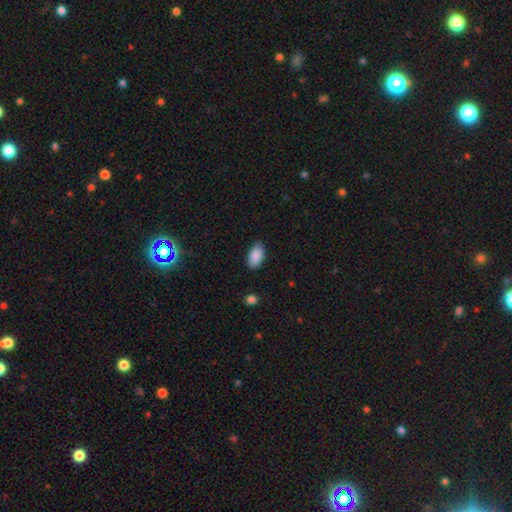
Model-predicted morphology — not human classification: Q: Smooth or featured?
A: smooth (89%); runner-up: star or artifact (6%)
Q: How rounded?
A: in between (94%); runner-up: cigar-shaped (3%)
Q: Merging?
A: none (84%); runner-up: minor disturbance (13%)